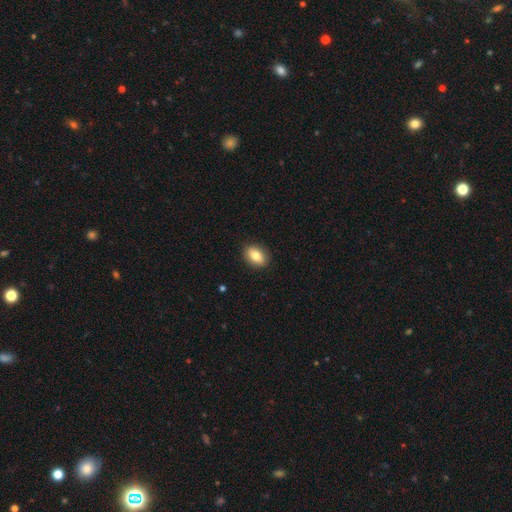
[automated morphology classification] smooth_or_featured: smooth (p=0.81) [alt: featured or disk p=0.11]
how_rounded: in between (p=0.79) [alt: round p=0.19]
merging: none (p=0.89) [alt: minor disturbance p=0.08]